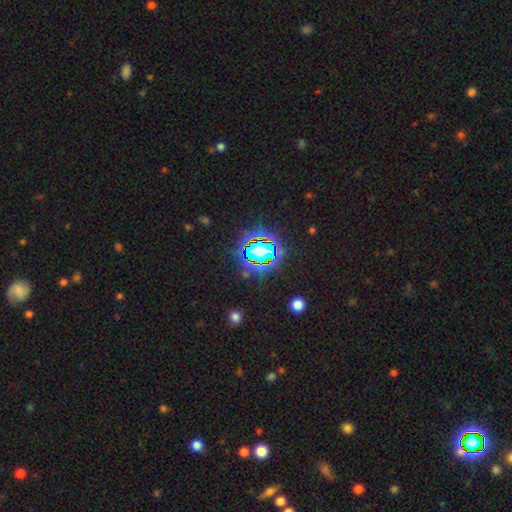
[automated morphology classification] Q: Smooth or featured?
A: star or artifact (80%); runner-up: smooth (12%)